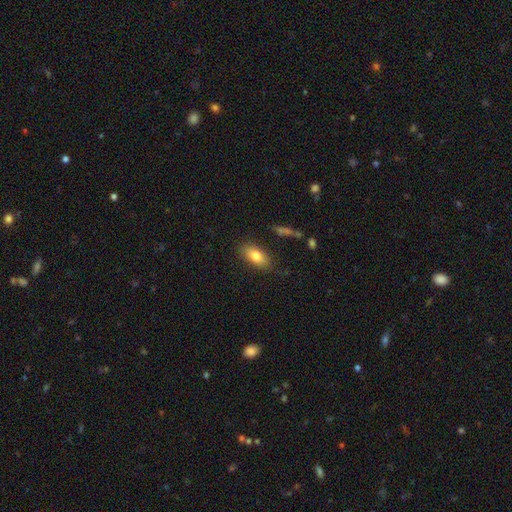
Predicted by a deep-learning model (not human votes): Smooth or featured?
  - smooth: 79% *
  - featured or disk: 13%
  - star or artifact: 7%
How rounded?
  - in between: 87% *
  - cigar-shaped: 9%
  - round: 4%
Merging?
  - none: 82% *
  - minor disturbance: 13%
  - major disturbance: 3%
  - merger: 2%